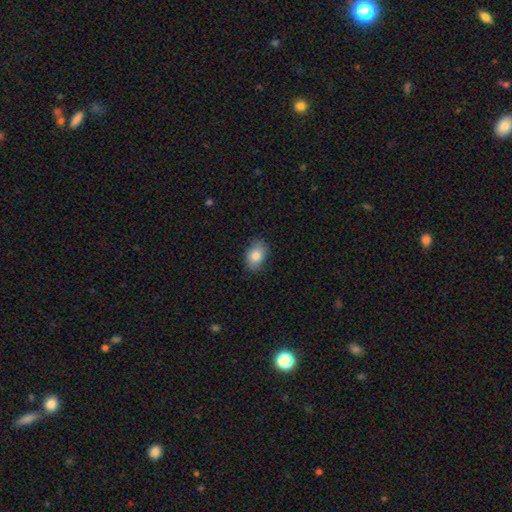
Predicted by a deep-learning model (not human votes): This is clearly a smooth galaxy (84%). How rounded: clearly in between (84%). Merging: clearly none (83%).